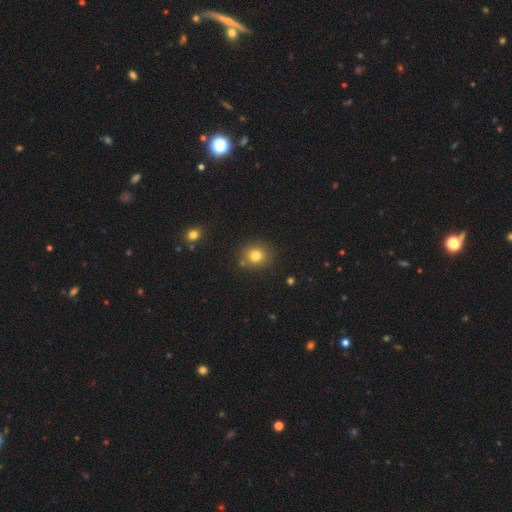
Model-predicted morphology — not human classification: smooth_or_featured: smooth (p=0.79) [alt: star or artifact p=0.13]
how_rounded: round (p=0.84) [alt: in between p=0.15]
merging: none (p=0.81) [alt: minor disturbance p=0.10]